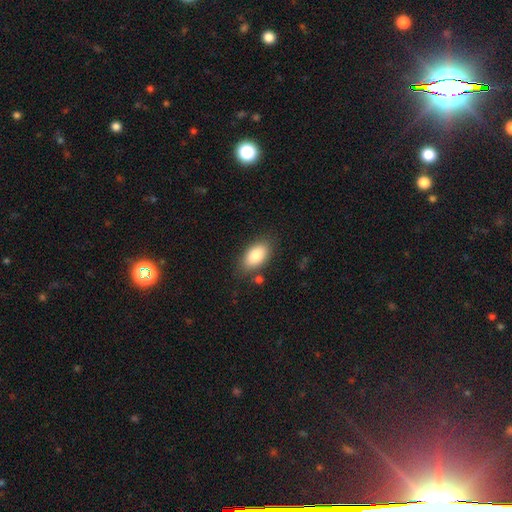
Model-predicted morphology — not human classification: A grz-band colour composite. It shows a smooth galaxy with no disk features (84%) that is in between round and cigar-shaped (93%). Merging: none (80%).